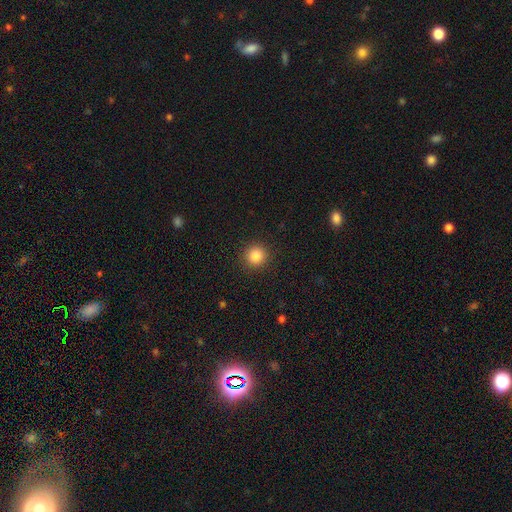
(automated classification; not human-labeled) The model was most divided on "smooth or featured": smooth: 84%, star or artifact: 11%, featured or disk: 5%. More confident: how rounded — round (94%); merging — none (92%).